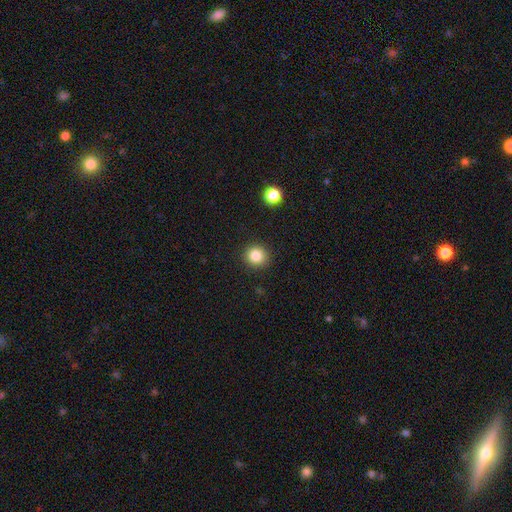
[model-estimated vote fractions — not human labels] smooth 84%, star or artifact 11%, featured or disk 5%. Down the decision tree: how rounded — round (90%); merging — none (91%).